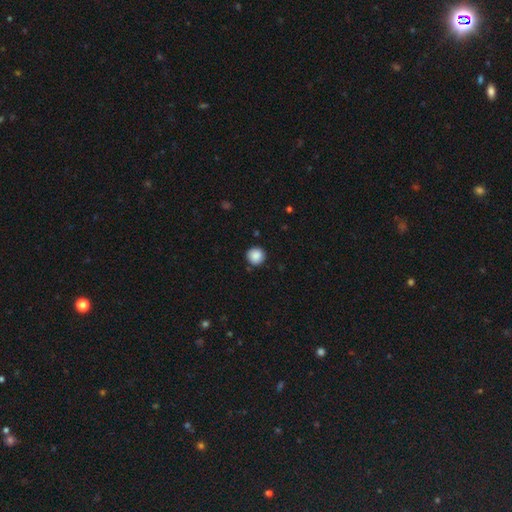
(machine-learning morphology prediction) Smooth or featured: smooth — 88% (star or artifact — 9%)
How rounded: round — 95% (in between — 5%)
Merging: none — 89% (minor disturbance — 7%)